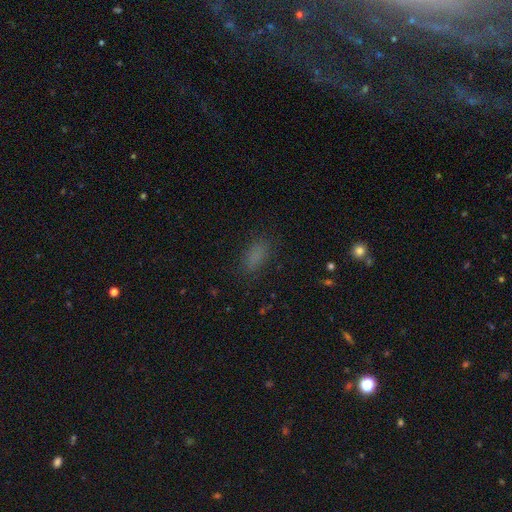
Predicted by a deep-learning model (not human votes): Q: Smooth or featured?
A: smooth (80%); runner-up: star or artifact (15%)
Q: How rounded?
A: in between (82%); runner-up: cigar-shaped (13%)
Q: Merging?
A: none (82%); runner-up: minor disturbance (12%)